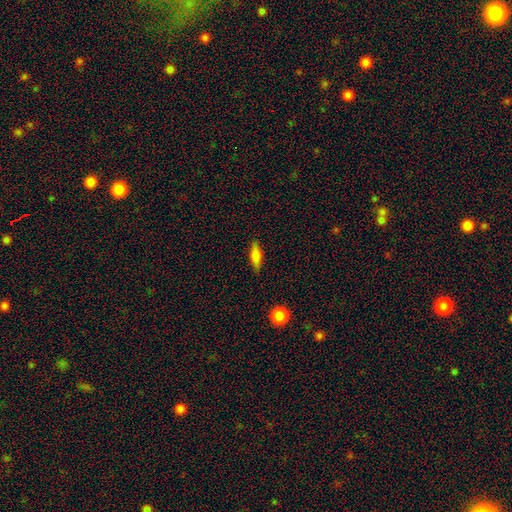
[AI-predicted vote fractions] The model was most divided on "how rounded": in between: 49%, cigar-shaped: 48%, round: 3%. More confident: merging — none (85%); smooth or featured — smooth (73%).